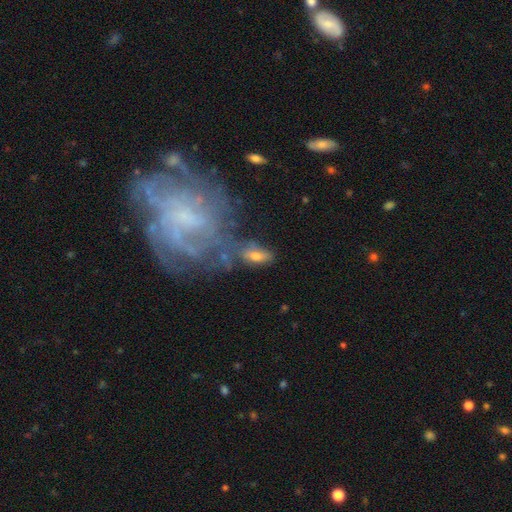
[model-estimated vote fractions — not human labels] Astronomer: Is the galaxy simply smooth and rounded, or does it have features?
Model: featured or disk — 46% (runner-up: smooth, 43%).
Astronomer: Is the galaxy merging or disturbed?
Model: none — 53%.